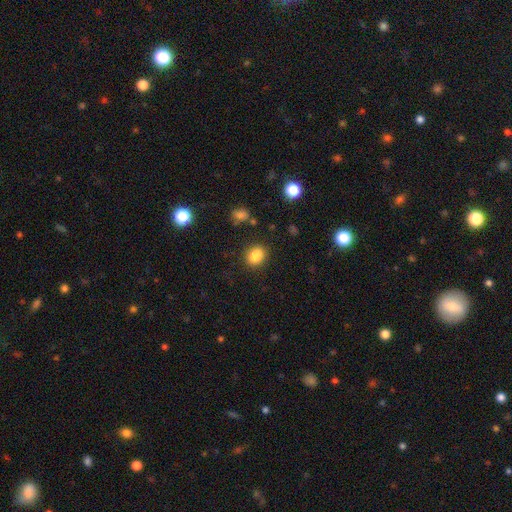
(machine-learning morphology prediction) The model was most divided on "how rounded": in between: 59%, round: 40%, cigar-shaped: 1%. More confident: smooth or featured — smooth (83%); merging — none (70%).